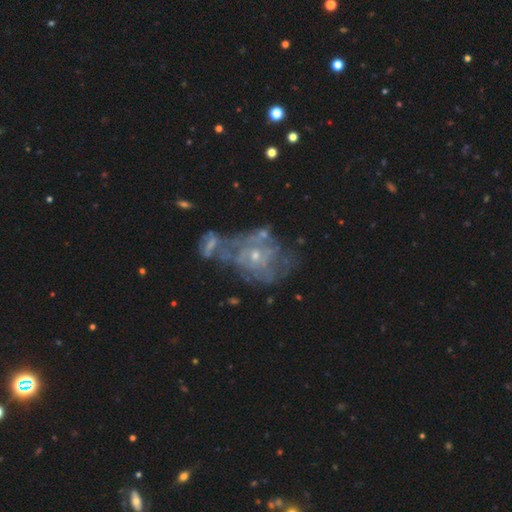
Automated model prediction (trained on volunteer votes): This appears to be a featured or disk galaxy (74%) with no bar (79%), spiral arms (57%) and a small central bulge (68%). Merging: merger (46%).